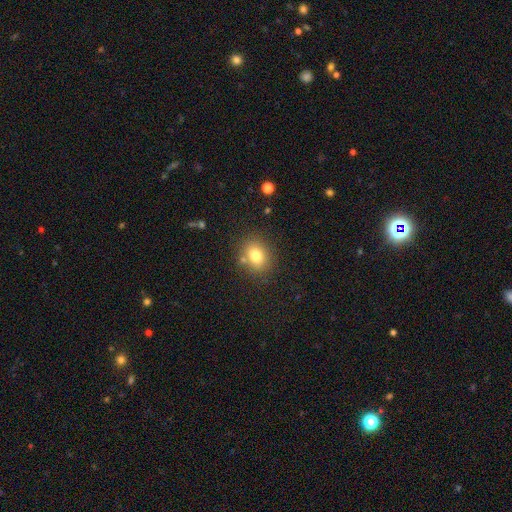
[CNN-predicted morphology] Smooth or featured? smooth (78%)
How rounded? round (53%)
Merging? none (78%)